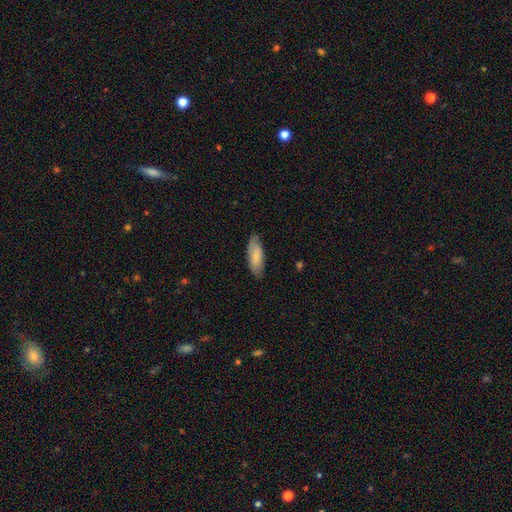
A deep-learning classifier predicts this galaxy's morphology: type=smooth (79%); roundness=in between (72%); merging=none (79%).